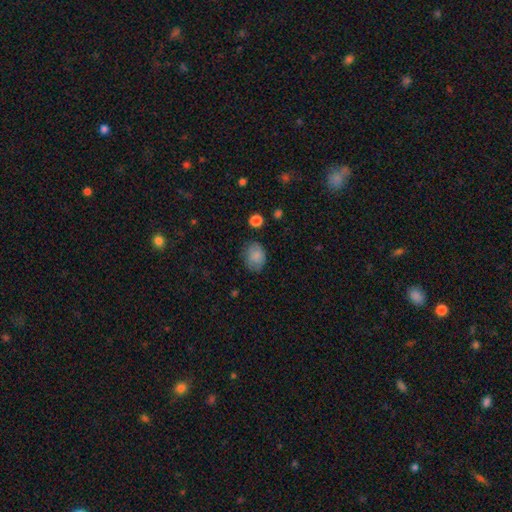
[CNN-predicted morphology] This appears to be a smooth galaxy with no disk features (83%) that is in between round and cigar-shaped (57%). Merging: none (72%).